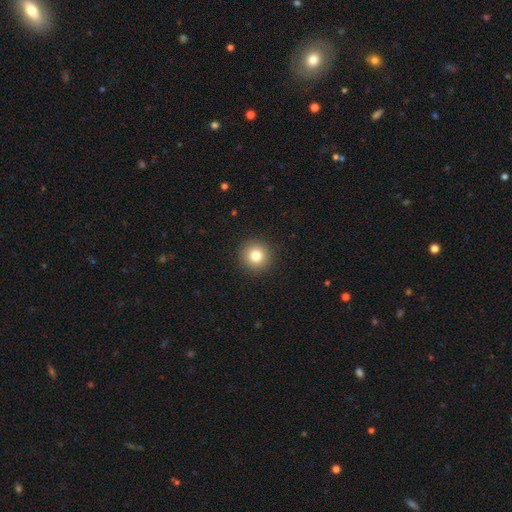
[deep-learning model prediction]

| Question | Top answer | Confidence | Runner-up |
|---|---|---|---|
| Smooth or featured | smooth | 81% | star or artifact (11%) |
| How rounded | round | 95% | in between (4%) |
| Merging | none | 92% | minor disturbance (5%) |